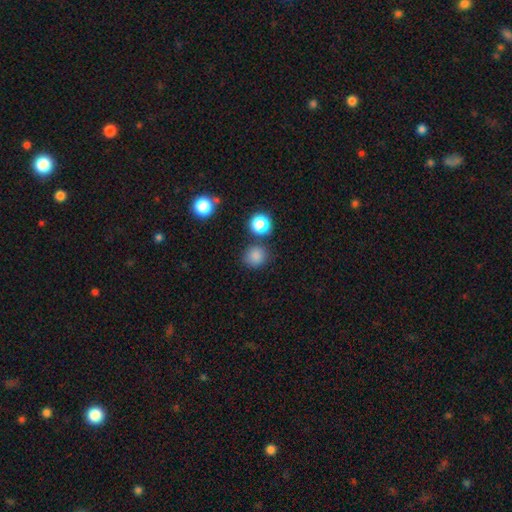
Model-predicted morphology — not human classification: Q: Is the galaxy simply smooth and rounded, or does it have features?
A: smooth — 81%.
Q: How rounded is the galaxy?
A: round — 86%.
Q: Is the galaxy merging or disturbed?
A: none — 79%.